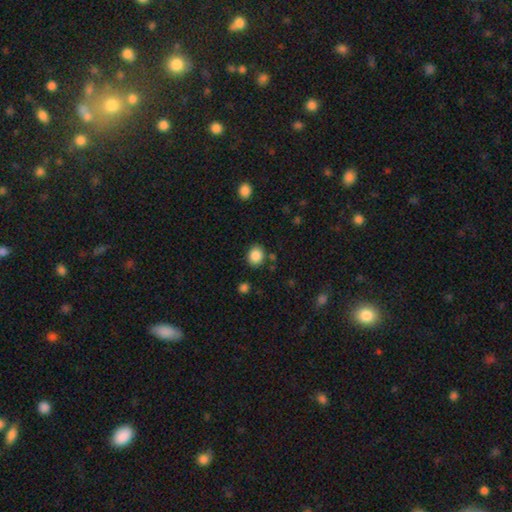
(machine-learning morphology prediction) Overall: smooth (87%). How rounded: round (66%; in between 33%). Merging: none (84%).